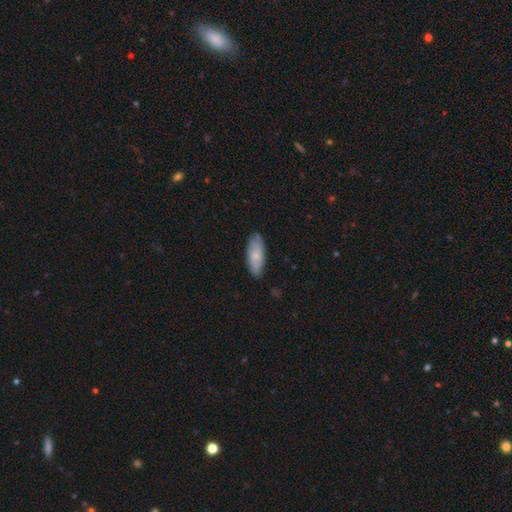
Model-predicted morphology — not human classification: Q: Smooth or featured?
A: smooth (70%); runner-up: featured or disk (24%)
Q: How rounded?
A: in between (74%); runner-up: cigar-shaped (24%)
Q: Merging?
A: none (80%); runner-up: minor disturbance (17%)